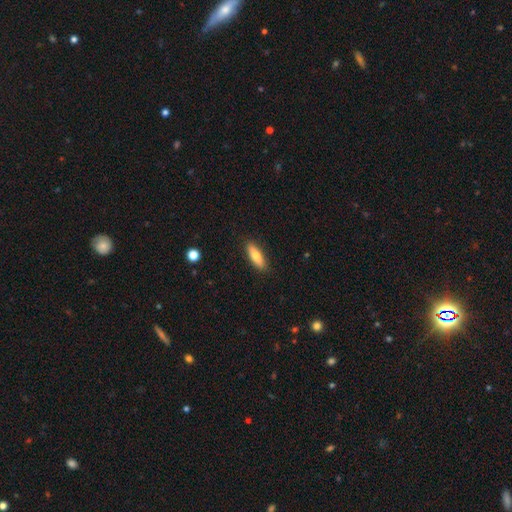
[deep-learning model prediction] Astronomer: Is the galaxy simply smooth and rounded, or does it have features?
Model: smooth — 74%.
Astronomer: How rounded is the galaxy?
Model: cigar-shaped — 51% (runner-up: in between, 47%).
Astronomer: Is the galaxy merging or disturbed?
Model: none — 89%.